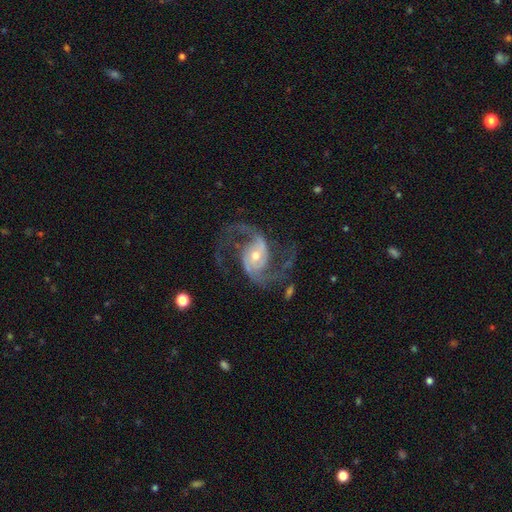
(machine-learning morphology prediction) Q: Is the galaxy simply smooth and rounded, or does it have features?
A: featured or disk — 93%.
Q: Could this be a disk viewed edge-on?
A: no — 98%.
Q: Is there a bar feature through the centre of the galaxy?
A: no — 44%.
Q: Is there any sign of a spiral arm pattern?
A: yes — 98%.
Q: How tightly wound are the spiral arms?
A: medium — 52%.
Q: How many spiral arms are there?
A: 2 — 93%.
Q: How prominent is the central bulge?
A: moderate — 52%.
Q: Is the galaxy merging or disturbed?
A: none — 72%.